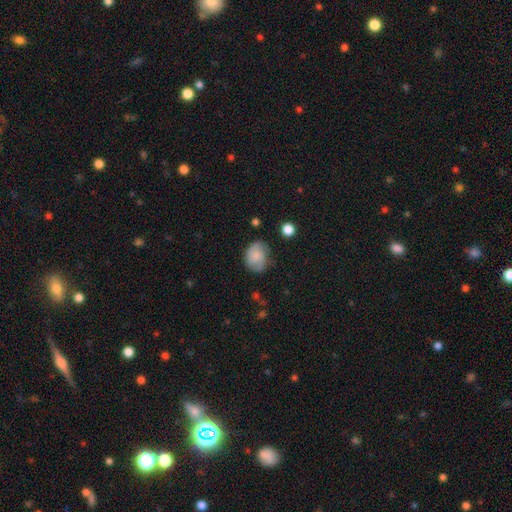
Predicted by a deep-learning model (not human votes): Overall: smooth (68%). How rounded: round (50%; in between 49%). Merging: none (59%; minor disturbance 29%).